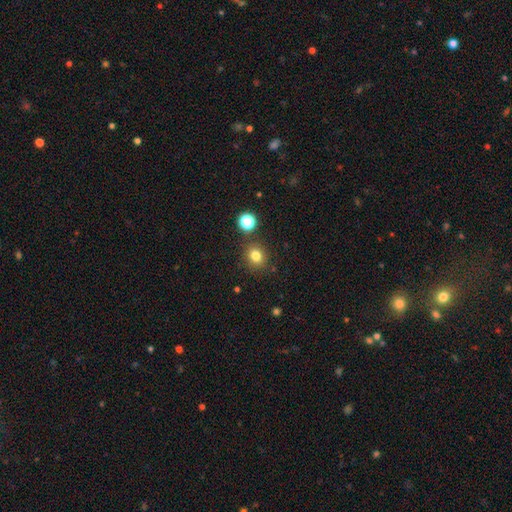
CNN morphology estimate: Smooth or featured? smooth (79%)
How rounded? round (74%)
Merging? none (83%)